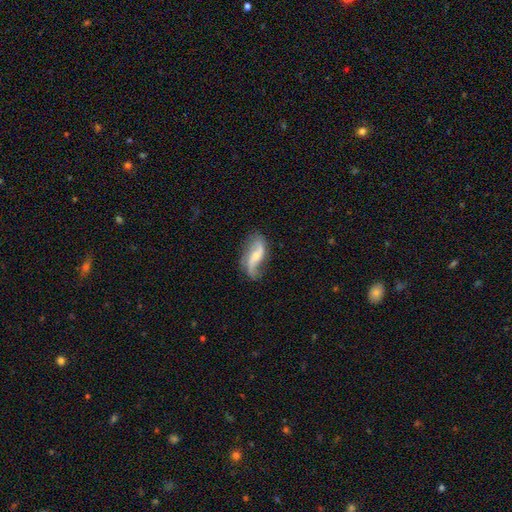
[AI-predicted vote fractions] Smooth or featured? featured or disk (77%)
Edge-on disk? no (92%)
Bar? no (42%)
Spiral arms? yes (92%)
Spiral winding? loose (84%)
Spiral arm count? 2 (89%)
Bulge size? small (51%)
Merging? none (65%)